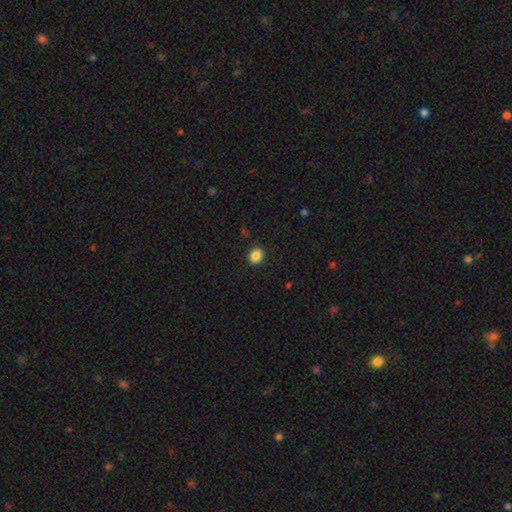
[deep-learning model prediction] smooth-or-featured: smooth: 87% | star or artifact: 10% | featured or disk: 3%
  how-rounded: round: 66% | in between: 34% | cigar-shaped: 1%
  merging: none: 91% | minor disturbance: 6% | major disturbance: 2% | merger: 1%